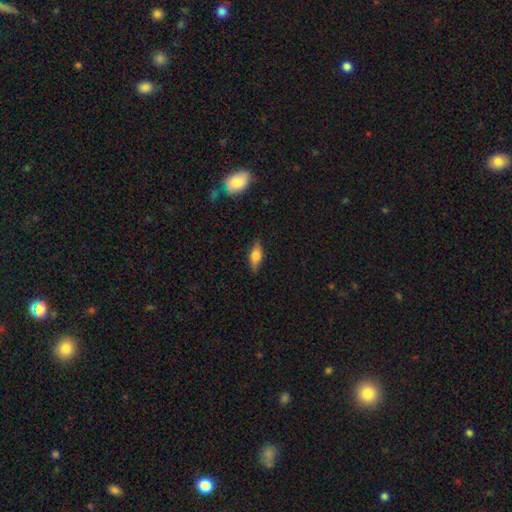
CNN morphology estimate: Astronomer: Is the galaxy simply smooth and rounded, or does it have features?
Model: smooth — 57% (runner-up: featured or disk, 36%).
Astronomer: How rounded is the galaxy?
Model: in between — 65%.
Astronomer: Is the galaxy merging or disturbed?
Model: none — 84%.